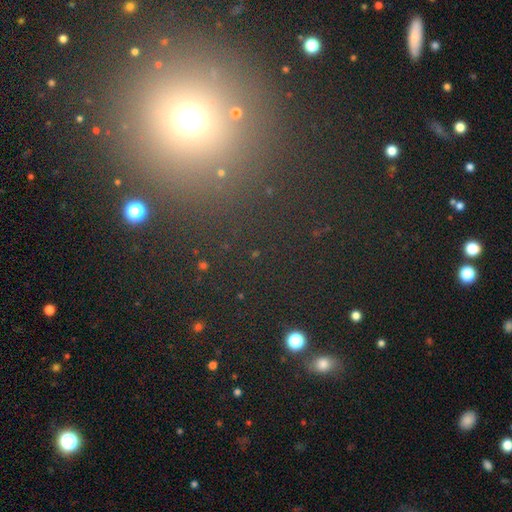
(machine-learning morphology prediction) The model was most divided on "smooth or featured": star or artifact: 48%, smooth: 43%, featured or disk: 9%.